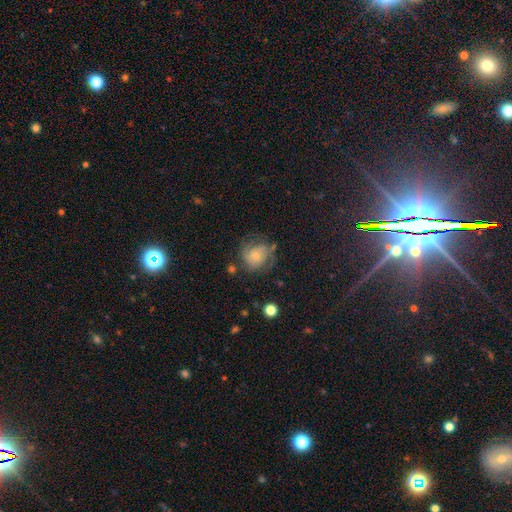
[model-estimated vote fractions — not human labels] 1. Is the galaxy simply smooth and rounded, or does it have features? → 59% featured or disk, 31% smooth, 9% star or artifact.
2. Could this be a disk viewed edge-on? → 97% no, 3% yes.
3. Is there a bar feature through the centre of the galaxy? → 79% no, 18% weak, 3% strong.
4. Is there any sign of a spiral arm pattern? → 84% yes, 16% no.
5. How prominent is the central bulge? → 60% small, 31% moderate, 5% none, 3% large, 1% dominant.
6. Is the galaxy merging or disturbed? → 58% none, 23% minor disturbance, 15% major disturbance, 3% merger.